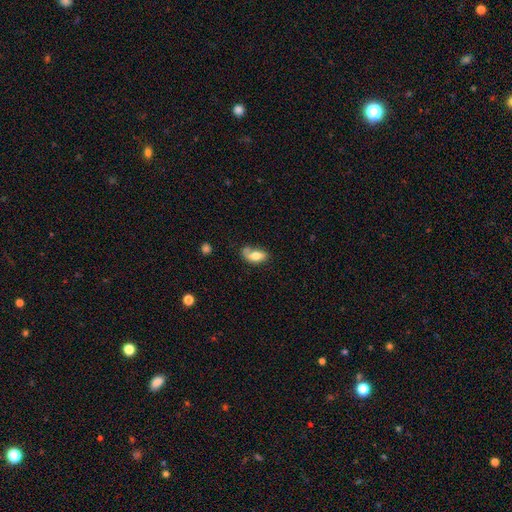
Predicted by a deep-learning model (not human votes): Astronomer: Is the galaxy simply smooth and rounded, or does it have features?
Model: smooth — 69%.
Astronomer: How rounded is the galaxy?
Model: in between — 89%.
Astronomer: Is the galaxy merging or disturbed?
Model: none — 41% (runner-up: minor disturbance, 28%).